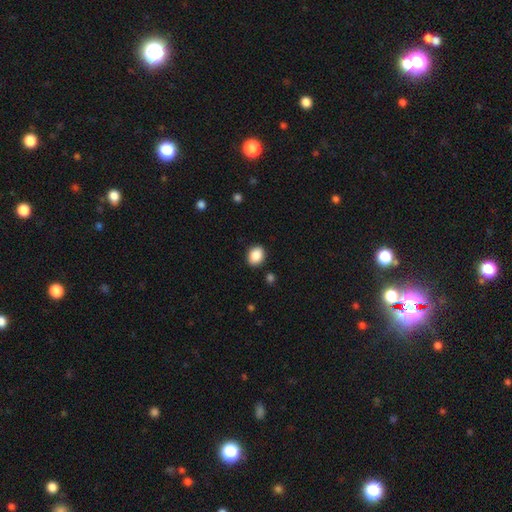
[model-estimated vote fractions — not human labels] Q: Smooth or featured?
A: smooth (88%); runner-up: star or artifact (8%)
Q: How rounded?
A: in between (50%); runner-up: round (49%)
Q: Merging?
A: none (88%); runner-up: minor disturbance (8%)